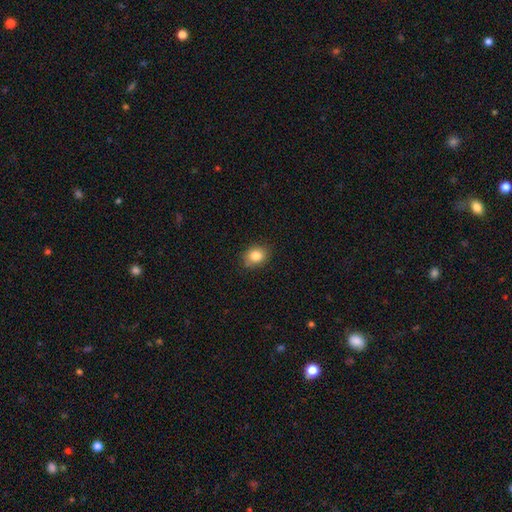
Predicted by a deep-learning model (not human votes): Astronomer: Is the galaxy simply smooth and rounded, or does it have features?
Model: smooth — 84%.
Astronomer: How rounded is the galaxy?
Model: round — 53% (runner-up: in between, 46%).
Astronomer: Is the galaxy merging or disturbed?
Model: none — 82%.